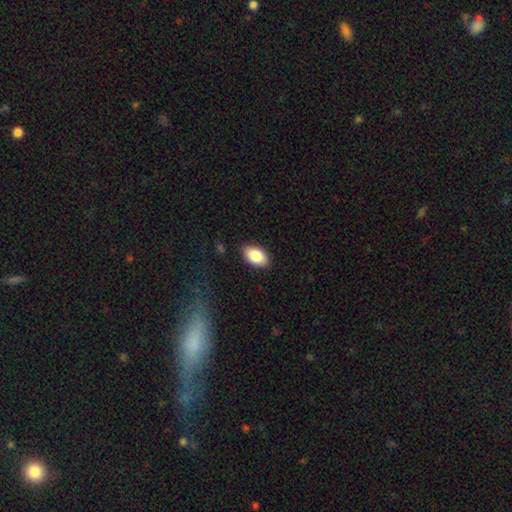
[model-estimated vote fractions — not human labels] Overall: smooth (87%). How rounded: in between (94%). Merging: none (88%).